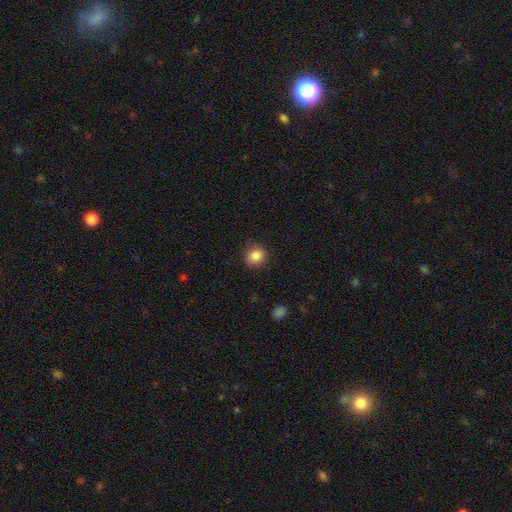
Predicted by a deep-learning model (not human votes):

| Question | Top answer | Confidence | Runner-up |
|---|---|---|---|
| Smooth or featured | smooth | 85% | star or artifact (10%) |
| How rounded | round | 86% | in between (14%) |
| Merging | none | 84% | minor disturbance (12%) |